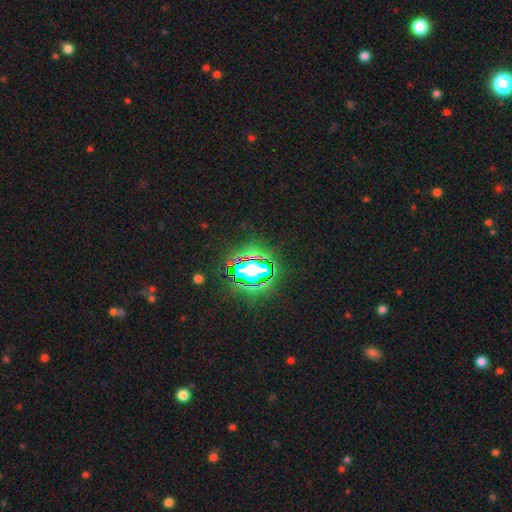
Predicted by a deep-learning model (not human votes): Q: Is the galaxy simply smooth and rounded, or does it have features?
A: star or artifact — 82%.